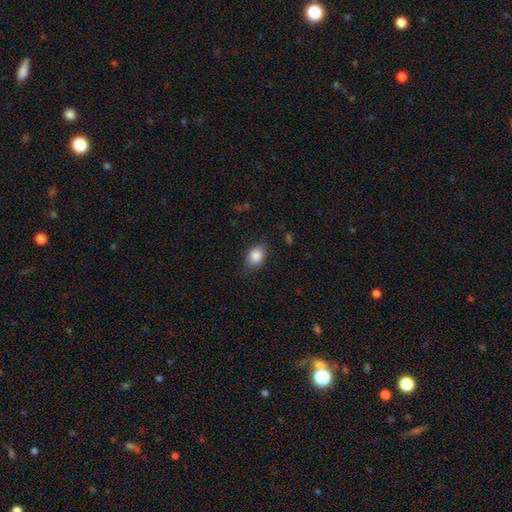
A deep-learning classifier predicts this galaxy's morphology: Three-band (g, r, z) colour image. It shows a smooth galaxy with no disk features (87%) that is in between round and cigar-shaped (72%). Merging: none (80%).